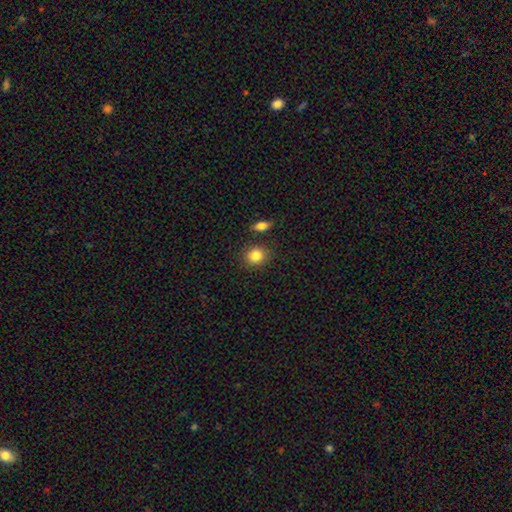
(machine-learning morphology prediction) This appears to be a smooth galaxy with no disk features (85%) that is round (74%). Merging: none (82%).